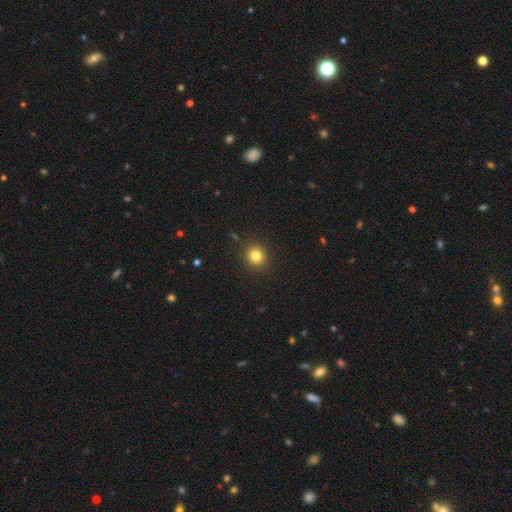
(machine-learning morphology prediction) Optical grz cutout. It shows a smooth galaxy with no disk features (82%) that is round (84%). Merging: none (90%).